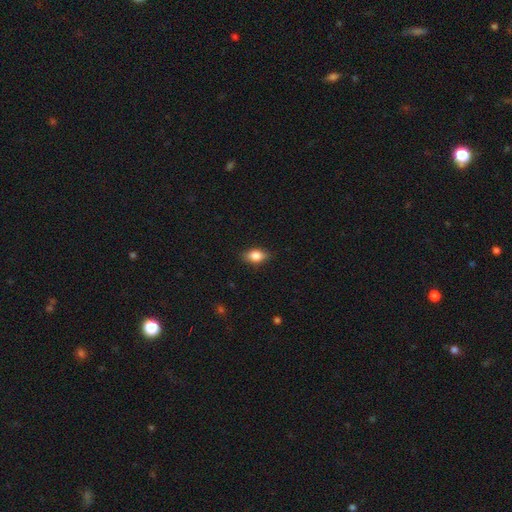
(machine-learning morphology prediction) Smooth or featured? Predicted: smooth (p=0.82). How rounded? Predicted: in between (p=0.85). Merging? Predicted: none (p=0.85).